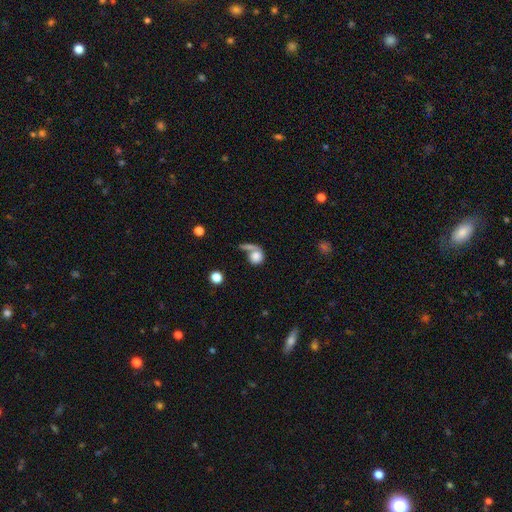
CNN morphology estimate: Q: Smooth or featured?
A: smooth (74%); runner-up: featured or disk (17%)
Q: How rounded?
A: round (77%); runner-up: in between (20%)
Q: Merging?
A: merger (36%); tied with: none (36%)